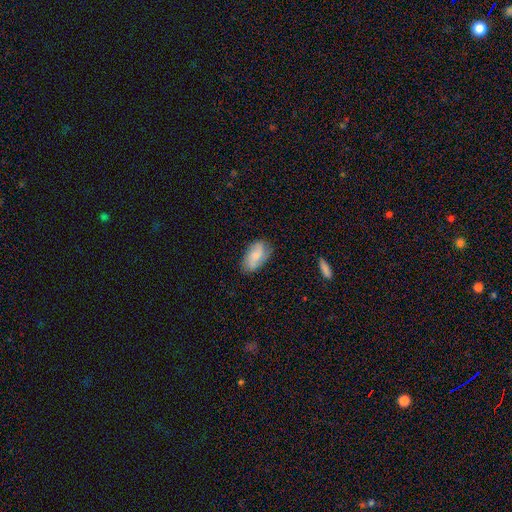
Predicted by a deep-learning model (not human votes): Morphology: type=smooth (63%); roundness=in between (92%); merging=none (71%).